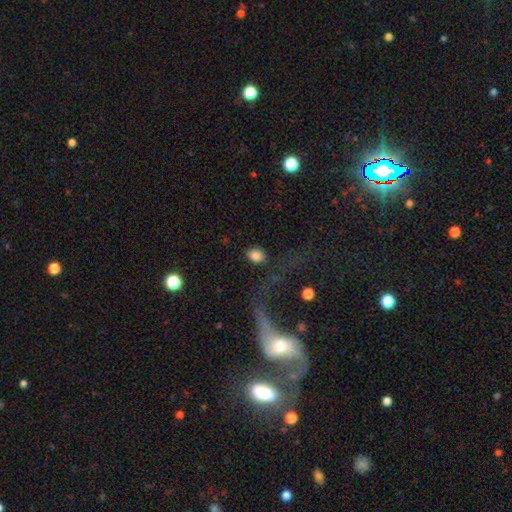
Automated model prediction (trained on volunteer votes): smooth_or_featured: smooth (p=0.84) [alt: star or artifact p=0.09]
how_rounded: in between (p=0.63) [alt: round p=0.35]
merging: none (p=0.73) [alt: minor disturbance p=0.12]